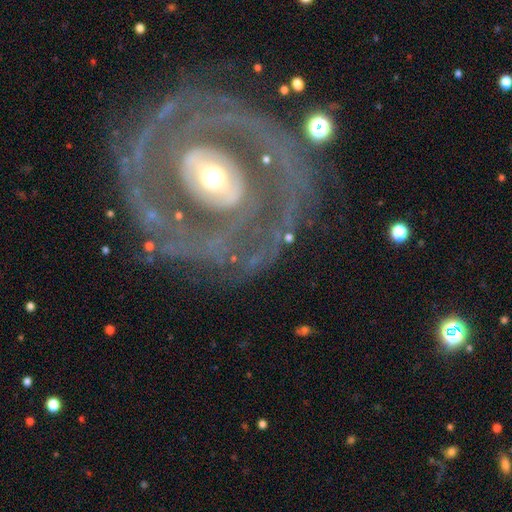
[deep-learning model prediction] Smooth or featured? Predicted: featured or disk (p=0.84). Edge-on disk? Predicted: no (p=0.96). Bar? Predicted: no (p=0.62). Spiral arms? Predicted: yes (p=0.71). Spiral winding? Predicted: tight (p=0.66). Spiral arm count? Predicted: 2 (p=0.41). Bulge size? Predicted: moderate (p=0.56). Merging? Predicted: none (p=0.76).